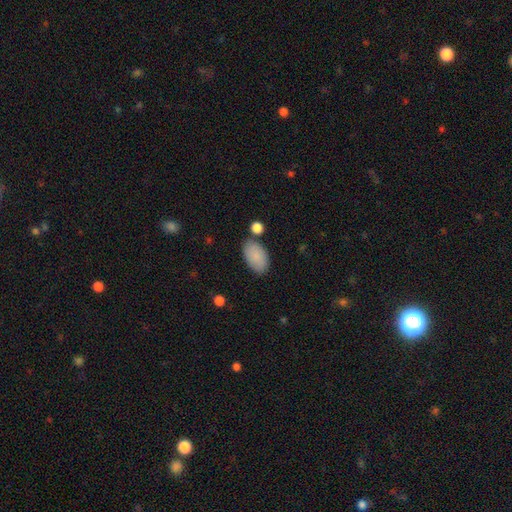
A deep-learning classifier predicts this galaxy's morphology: A smooth galaxy with no disk features (88%) that is in between round and cigar-shaped (95%).

Vote fractions:
- Smooth or featured? smooth: 88% / star or artifact: 6% / featured or disk: 6%
- How rounded? in between: 95% / round: 4% / cigar-shaped: 2%
- Merging? none: 77% / minor disturbance: 14% / merger: 6% / major disturbance: 3%